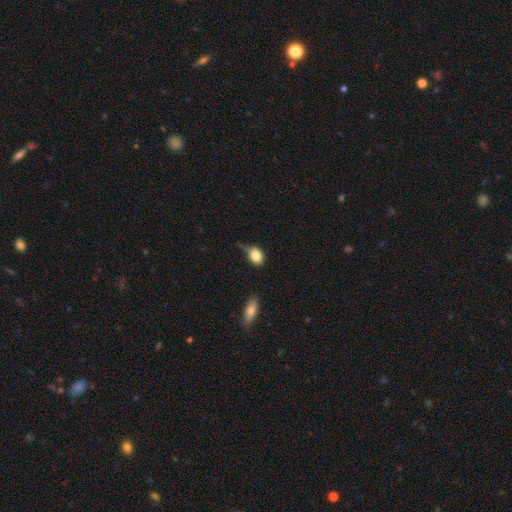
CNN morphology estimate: This appears to be a smooth galaxy with no disk features (84%) that is in between round and cigar-shaped (61%). Merging: none (47%).